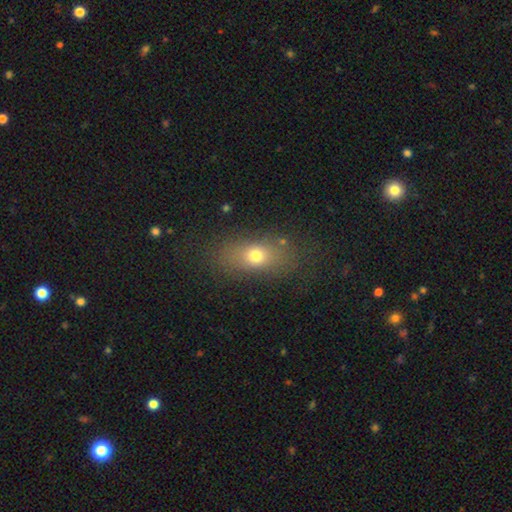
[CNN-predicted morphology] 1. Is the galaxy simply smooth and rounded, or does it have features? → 70% smooth, 16% featured or disk, 14% star or artifact.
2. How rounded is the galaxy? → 73% in between, 20% round, 7% cigar-shaped.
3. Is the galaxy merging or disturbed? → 76% none, 14% minor disturbance, 8% major disturbance, 2% merger.